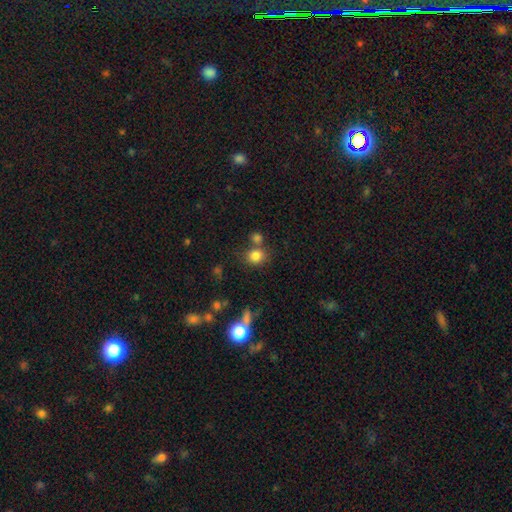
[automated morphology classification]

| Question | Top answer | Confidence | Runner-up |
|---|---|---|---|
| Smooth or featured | smooth | 81% | star or artifact (12%) |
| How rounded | round | 77% | in between (21%) |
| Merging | none | 63% | merger (21%) |